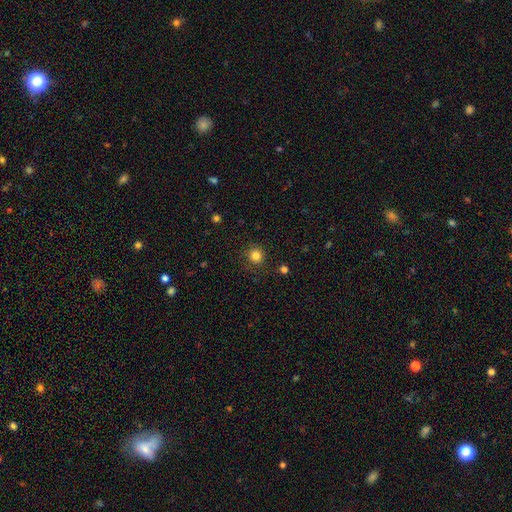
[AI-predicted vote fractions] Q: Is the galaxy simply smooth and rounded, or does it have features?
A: smooth — 83%.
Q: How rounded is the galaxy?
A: round — 93%.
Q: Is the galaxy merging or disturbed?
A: none — 87%.